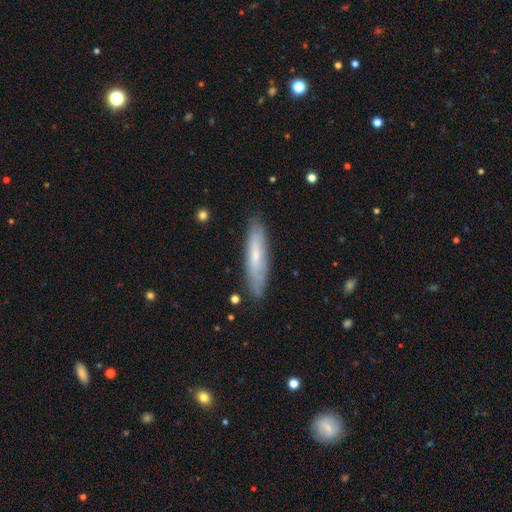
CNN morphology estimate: Overall: smooth (57%; featured or disk 37%). How rounded: cigar-shaped (79%). Merging: none (85%).